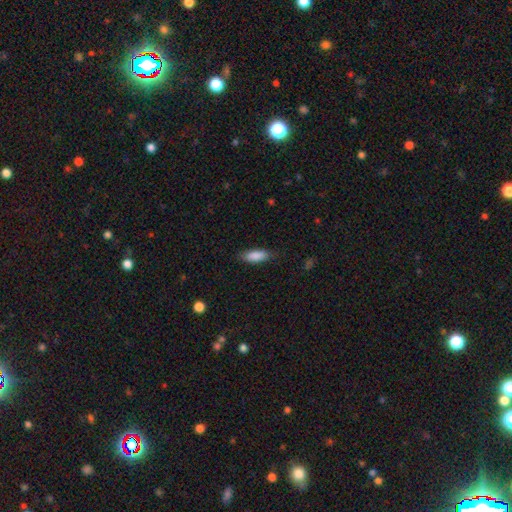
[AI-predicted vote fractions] A smooth galaxy with no disk features (87%) that is in between round and cigar-shaped (69%). Merging: none (82%).